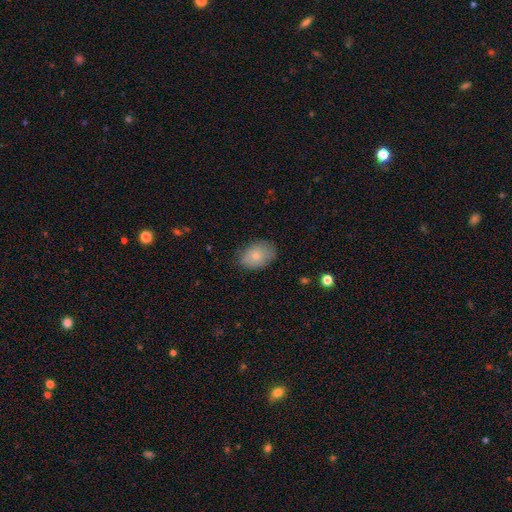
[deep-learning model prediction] A smooth galaxy with no disk features (78%) that is in between round and cigar-shaped (77%).

Vote fractions:
- Smooth or featured? smooth: 78% / featured or disk: 15% / star or artifact: 8%
- How rounded? in between: 77% / round: 22% / cigar-shaped: 1%
- Merging? none: 76% / minor disturbance: 19% / major disturbance: 4% / merger: 1%